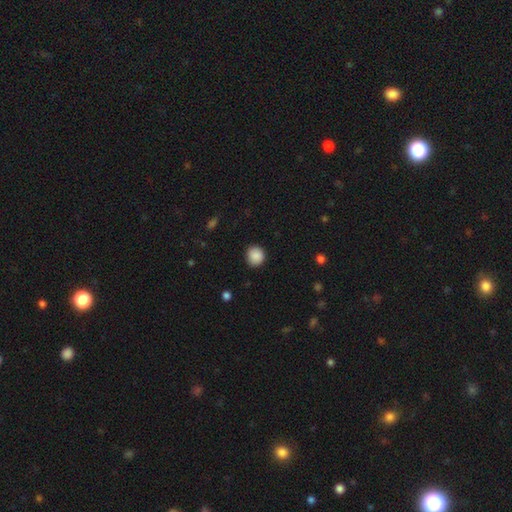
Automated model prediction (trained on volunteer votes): smooth 89%, star or artifact 9%, featured or disk 3%. Down the decision tree: how rounded — round (89%); merging — none (89%).